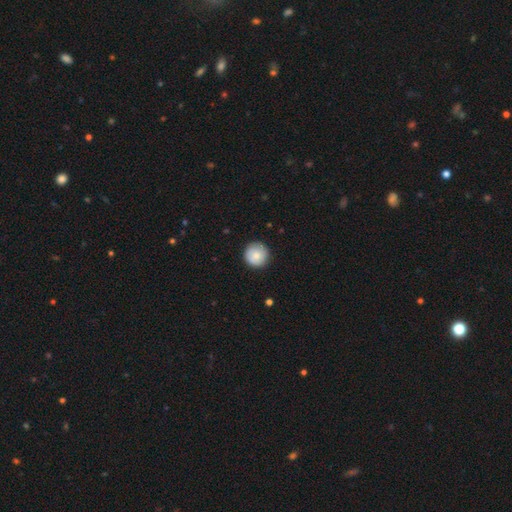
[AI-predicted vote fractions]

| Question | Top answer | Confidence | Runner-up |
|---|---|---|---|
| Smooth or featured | smooth | 81% | featured or disk (13%) |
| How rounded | round | 96% | in between (3%) |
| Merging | none | 88% | minor disturbance (9%) |